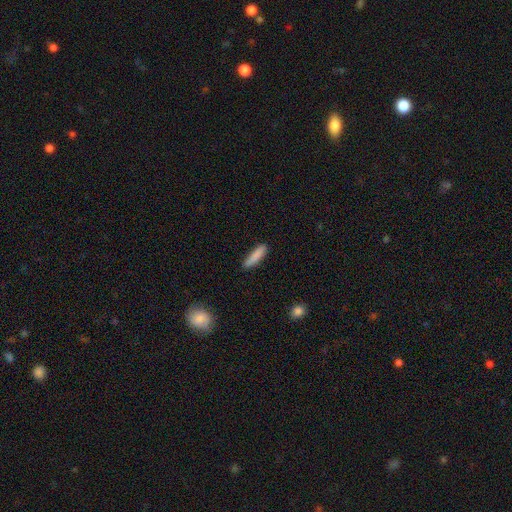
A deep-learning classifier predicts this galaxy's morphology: Overall: smooth (86%). How rounded: cigar-shaped (79%). Merging: none (85%).